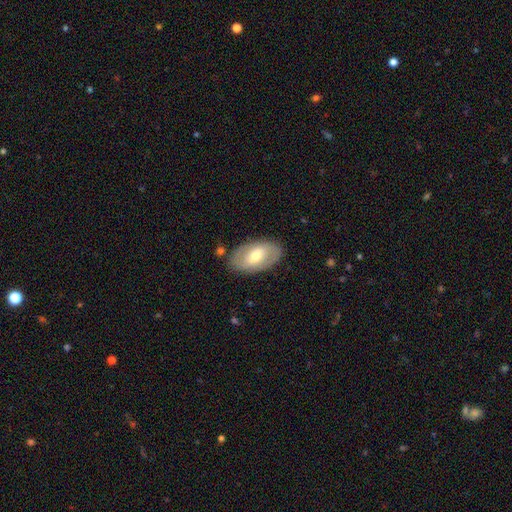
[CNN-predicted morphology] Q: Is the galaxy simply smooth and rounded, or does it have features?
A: featured or disk — 51%.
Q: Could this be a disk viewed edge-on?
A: no — 91%.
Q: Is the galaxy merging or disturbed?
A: none — 82%.